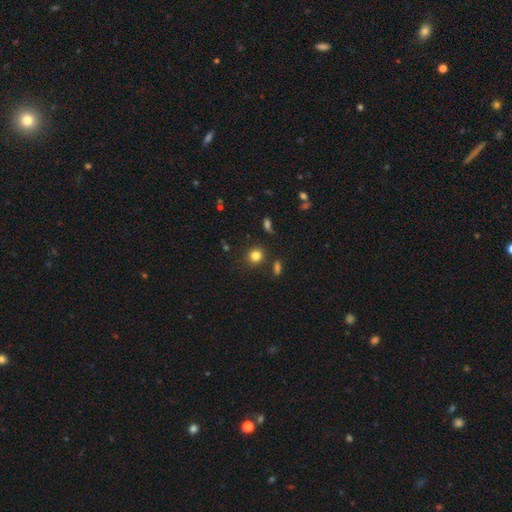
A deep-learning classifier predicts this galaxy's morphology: smooth-or-featured: smooth: 83% | star or artifact: 12% | featured or disk: 5%
  how-rounded: round: 80% | in between: 19% | cigar-shaped: 1%
  merging: none: 84% | minor disturbance: 9% | merger: 4% | major disturbance: 3%